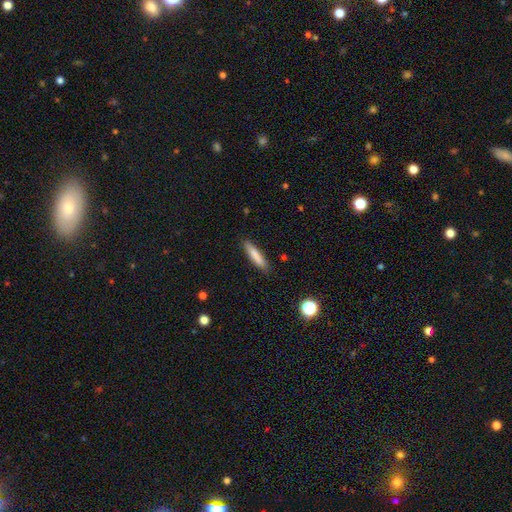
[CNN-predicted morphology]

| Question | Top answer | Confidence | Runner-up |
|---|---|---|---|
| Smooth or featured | smooth | 82% | featured or disk (12%) |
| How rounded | cigar-shaped | 85% | in between (14%) |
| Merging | none | 87% | minor disturbance (10%) |